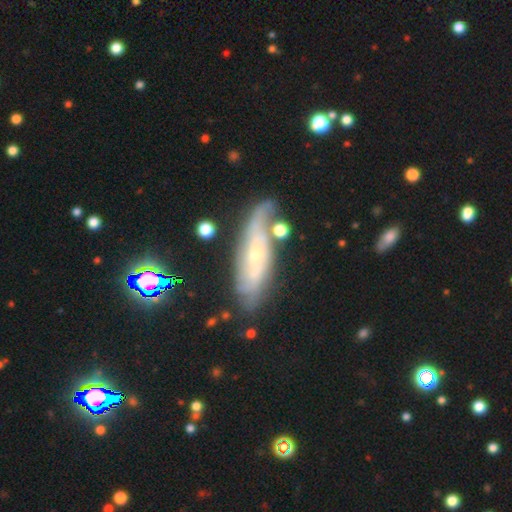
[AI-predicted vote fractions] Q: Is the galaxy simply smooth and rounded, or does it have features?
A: featured or disk — 67%.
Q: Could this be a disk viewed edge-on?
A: no — 70%.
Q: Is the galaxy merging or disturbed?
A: none — 68%.